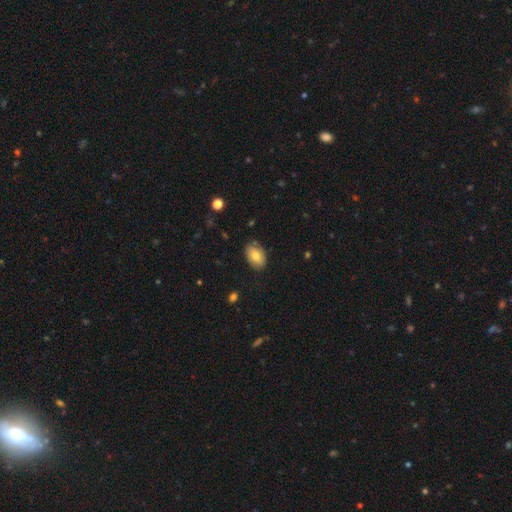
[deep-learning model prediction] Smooth or featured: smooth — 74% (featured or disk — 18%)
How rounded: in between — 87% (round — 12%)
Merging: none — 81% (minor disturbance — 15%)